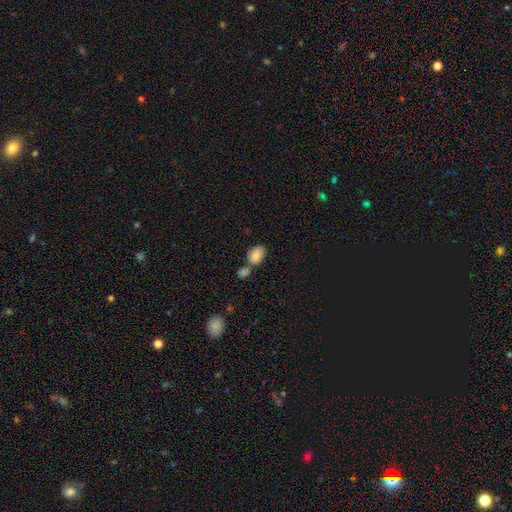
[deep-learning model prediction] Smooth or featured? Predicted: smooth (p=0.85). How rounded? Predicted: in between (p=0.84). Merging? Predicted: none (p=0.50).